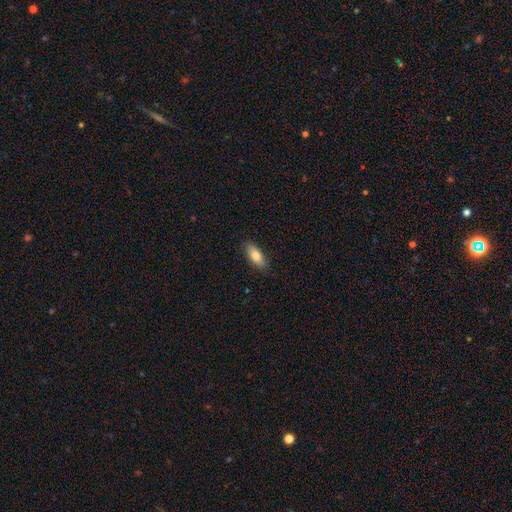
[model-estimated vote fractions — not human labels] Overall: smooth (80%). How rounded: in between (81%). Merging: none (84%).